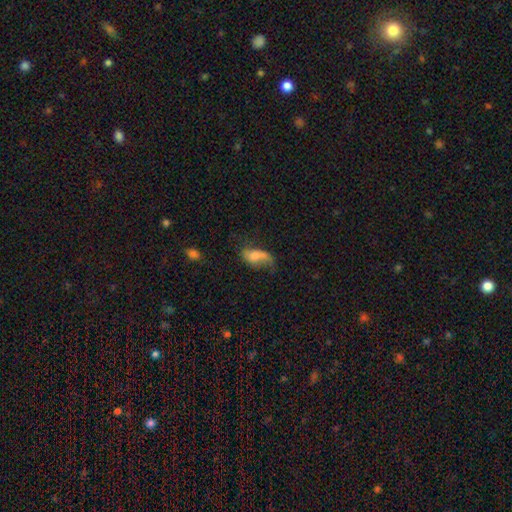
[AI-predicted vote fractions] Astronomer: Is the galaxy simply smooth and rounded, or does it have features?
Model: smooth — 54% (runner-up: featured or disk, 36%).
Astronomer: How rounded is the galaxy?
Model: in between — 86%.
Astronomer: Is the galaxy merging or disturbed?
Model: major disturbance — 35% (runner-up: none, 32%).